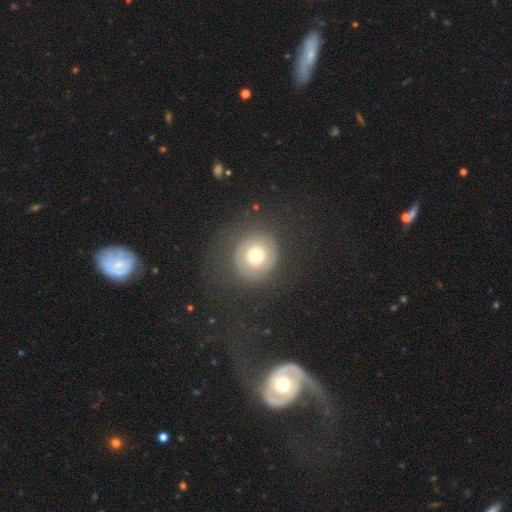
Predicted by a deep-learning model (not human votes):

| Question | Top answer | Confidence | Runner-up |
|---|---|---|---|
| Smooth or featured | smooth | 57% | featured or disk (30%) |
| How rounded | round | 90% | in between (9%) |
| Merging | none | 75% | minor disturbance (12%) |